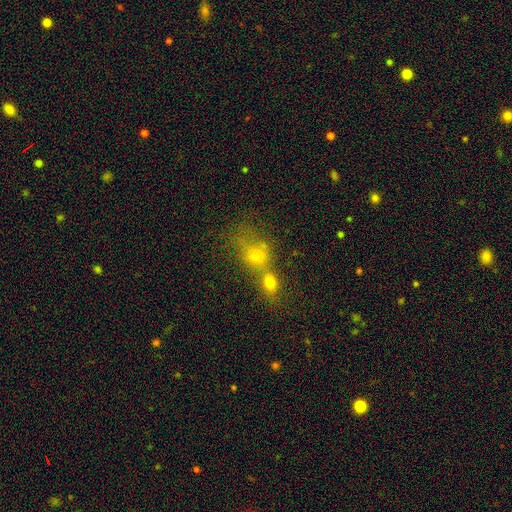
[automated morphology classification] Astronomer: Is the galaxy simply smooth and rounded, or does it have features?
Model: smooth — 68%.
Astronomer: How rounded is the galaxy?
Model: round — 54% (runner-up: in between, 43%).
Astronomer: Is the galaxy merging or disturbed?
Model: merger — 65%.